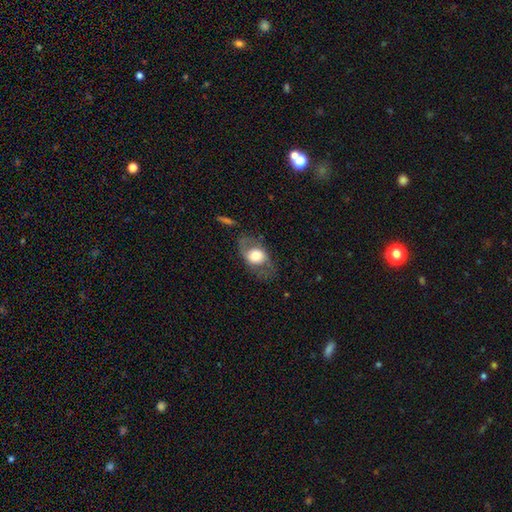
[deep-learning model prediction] The model was most divided on "smooth or featured": featured or disk: 48%, smooth: 45%, star or artifact: 7%. More confident: merging — none (64%).